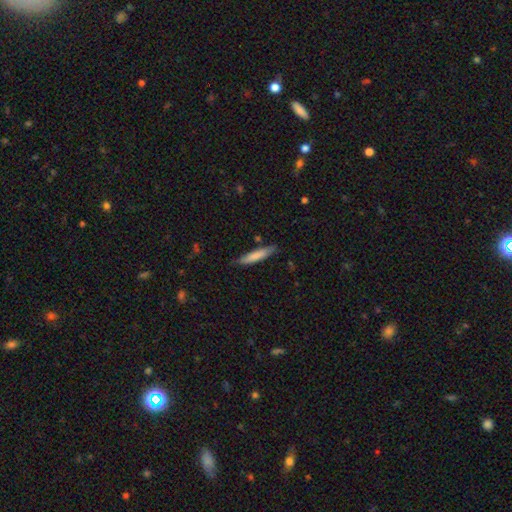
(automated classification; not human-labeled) This is likely a smooth galaxy (77%). How rounded: clearly cigar-shaped (89%). Merging: clearly none (82%).